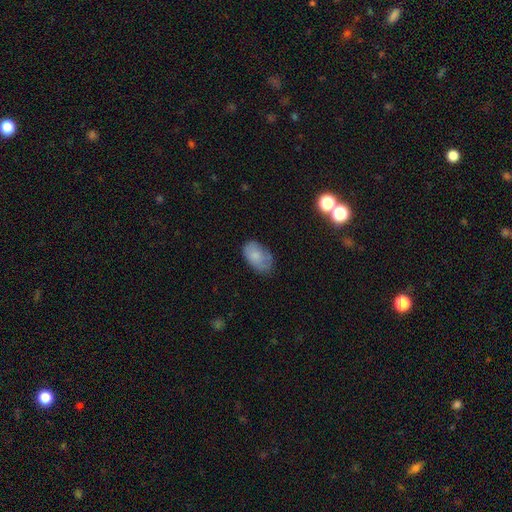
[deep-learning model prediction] This appears to be a smooth galaxy with no disk features (75%) that is in between round and cigar-shaped (92%). Merging: none (62%).